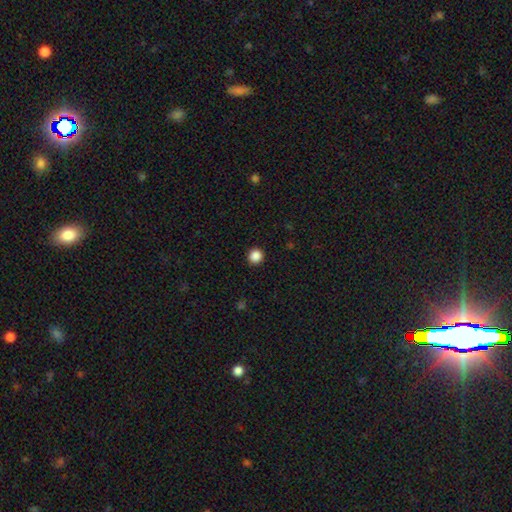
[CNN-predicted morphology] smooth 87%, star or artifact 11%, featured or disk 3%. Down the decision tree: how rounded — round (94%); merging — none (93%).